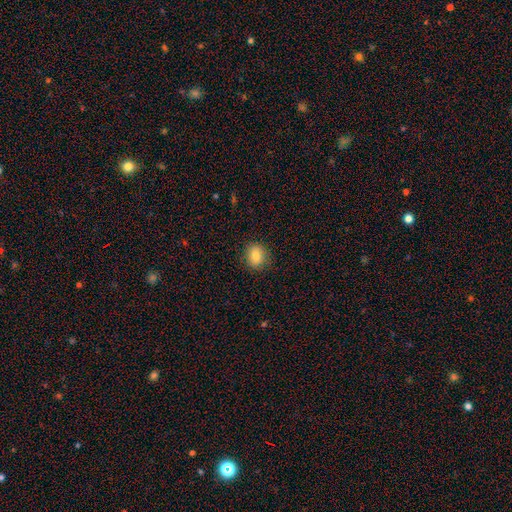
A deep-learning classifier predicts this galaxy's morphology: smooth 81%, featured or disk 10%, star or artifact 9%. Down the decision tree: how rounded — round (62%); merging — none (86%).